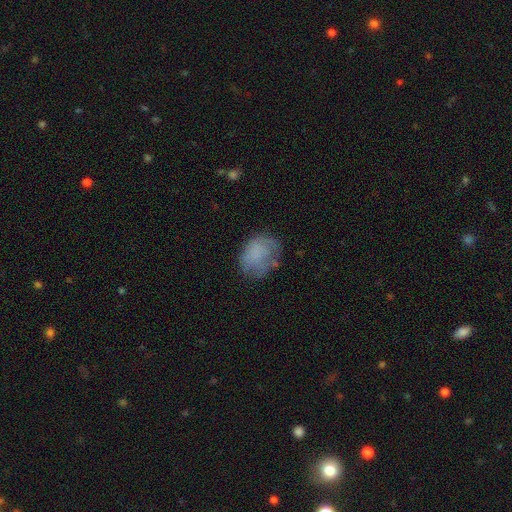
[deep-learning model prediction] Smooth or featured? Predicted: smooth (p=0.65). How rounded? Predicted: in between (p=0.56). Merging? Predicted: none (p=0.55).